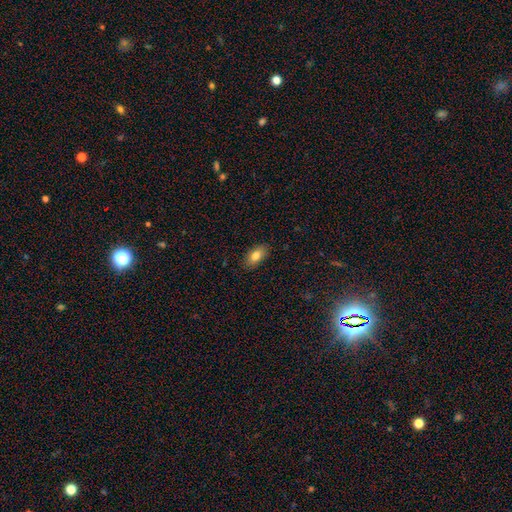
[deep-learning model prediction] A smooth galaxy with no disk features (82%) that is in between round and cigar-shaped (91%). Merging: none (88%).